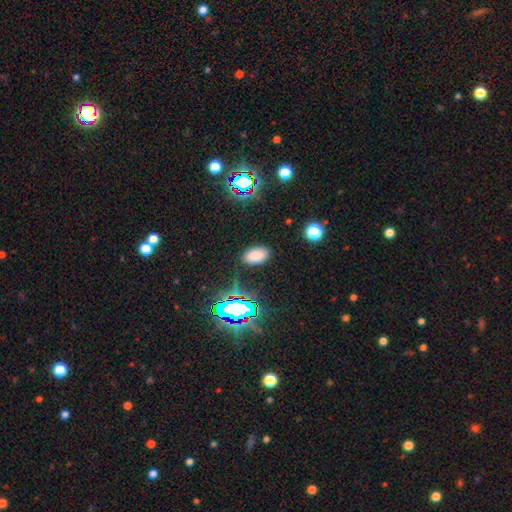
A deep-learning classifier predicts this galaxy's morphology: type=smooth (74%); roundness=in between (94%); merging=none (84%).